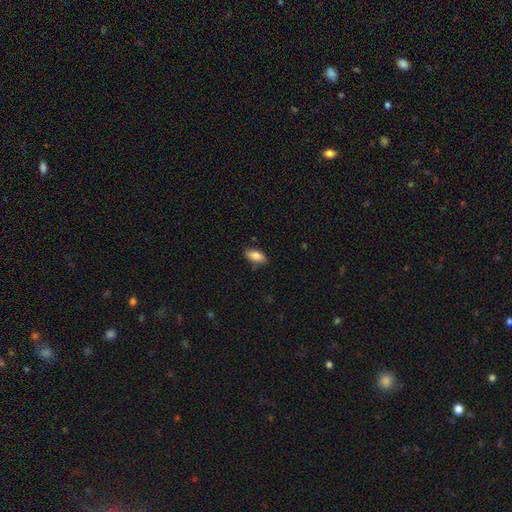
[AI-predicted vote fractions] smooth-or-featured: smooth: 83% | featured or disk: 10% | star or artifact: 7%
  how-rounded: in between: 89% | cigar-shaped: 8% | round: 3%
  merging: none: 83% | minor disturbance: 13% | major disturbance: 2% | merger: 1%